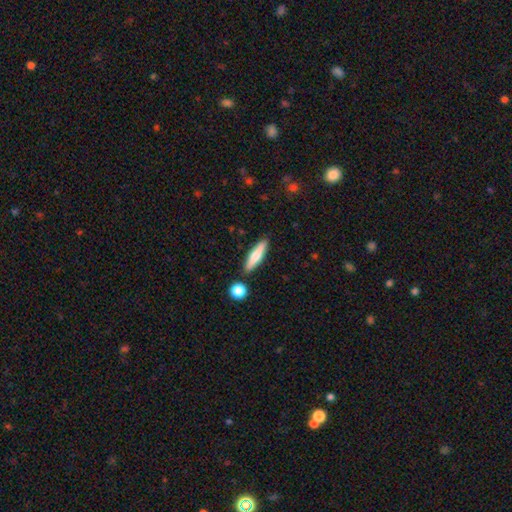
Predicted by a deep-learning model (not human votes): Smooth or featured? smooth (66%)
How rounded? cigar-shaped (79%)
Merging? none (86%)